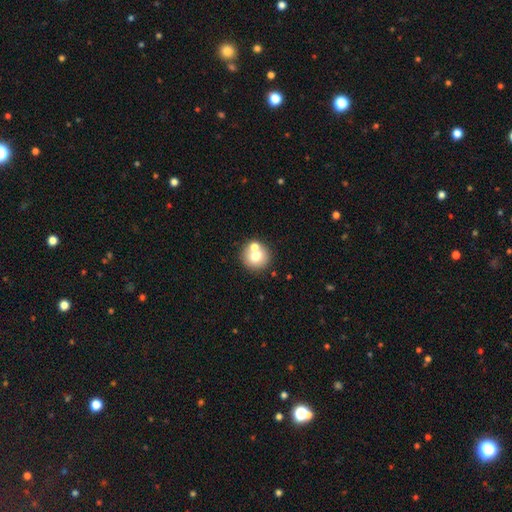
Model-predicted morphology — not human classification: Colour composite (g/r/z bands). It shows a smooth galaxy with no disk features (69%) that is round (90%). Merging: none (62%).